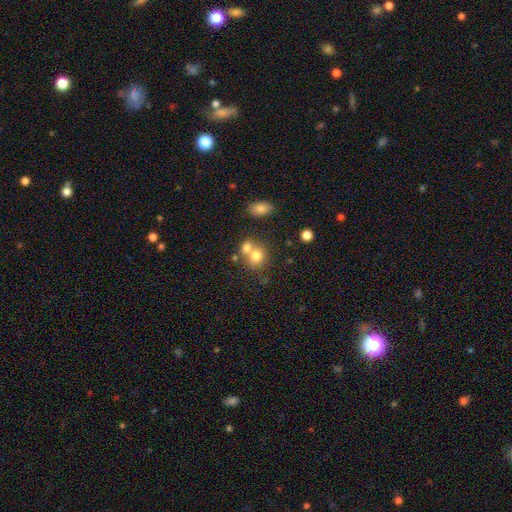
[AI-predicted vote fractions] Smooth or featured?
  - smooth: 75% *
  - featured or disk: 14%
  - star or artifact: 11%
How rounded?
  - round: 65% *
  - in between: 34%
  - cigar-shaped: 1%
Merging?
  - merger: 49% *
  - none: 39%
  - minor disturbance: 9%
  - major disturbance: 4%